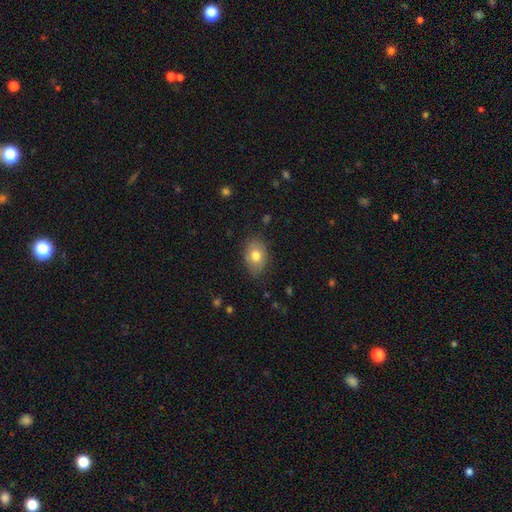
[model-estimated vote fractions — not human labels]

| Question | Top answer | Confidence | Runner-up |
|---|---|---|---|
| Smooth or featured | smooth | 75% | featured or disk (17%) |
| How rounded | in between | 77% | round (22%) |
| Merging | none | 78% | minor disturbance (17%) |